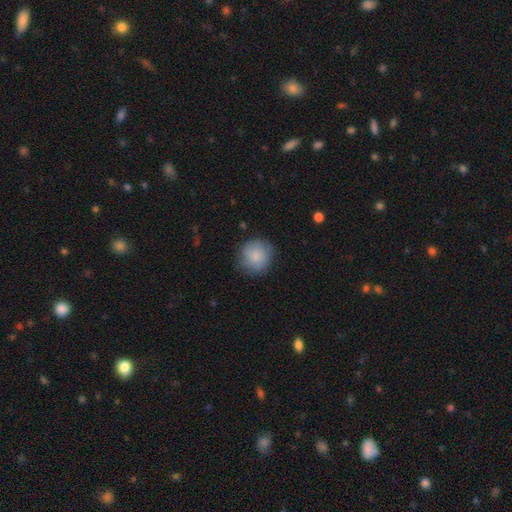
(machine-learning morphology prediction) A smooth galaxy with no disk features (79%) that is round (91%). Merging: none (77%).